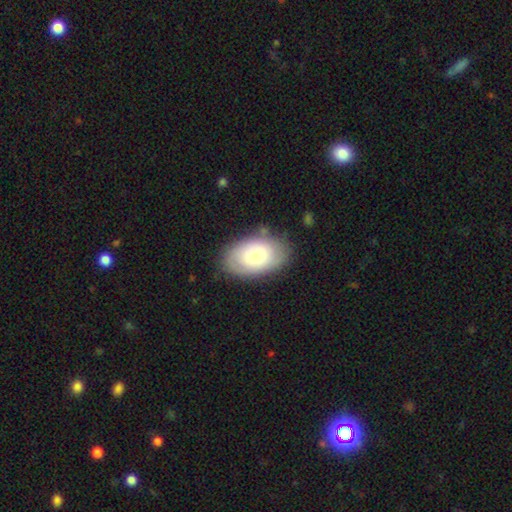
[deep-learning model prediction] A smooth galaxy with no disk features (68%) that is in between round and cigar-shaped (90%).

Vote fractions:
- Smooth or featured? smooth: 68% / featured or disk: 25% / star or artifact: 7%
- How rounded? in between: 90% / round: 9% / cigar-shaped: 1%
- Merging? none: 77% / minor disturbance: 16% / major disturbance: 5% / merger: 2%